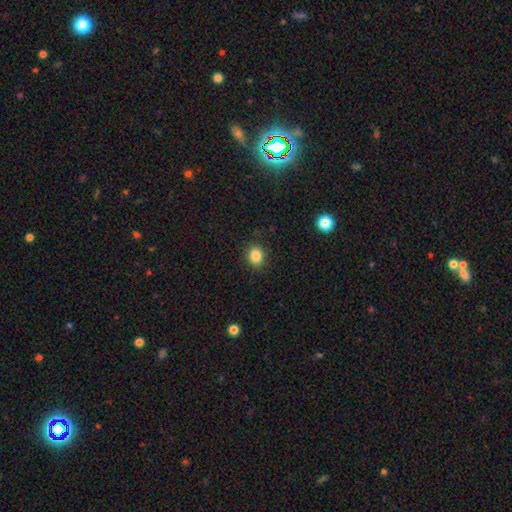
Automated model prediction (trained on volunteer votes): smooth 86%, star or artifact 10%, featured or disk 4%. Down the decision tree: how rounded — round (57%); merging — none (88%).